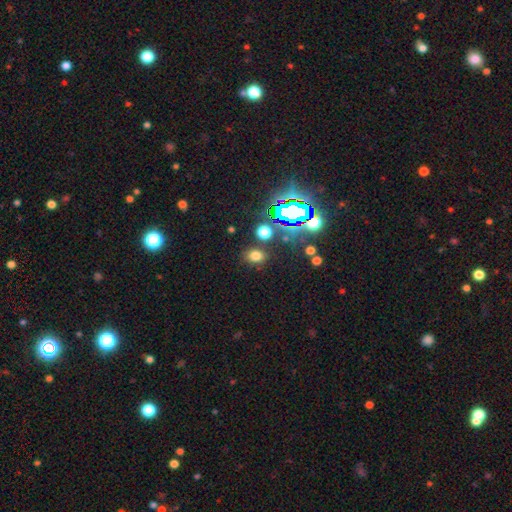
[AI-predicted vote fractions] This is likely a smooth galaxy (69%). How rounded: possibly in between (58%). Merging: clearly none (82%).